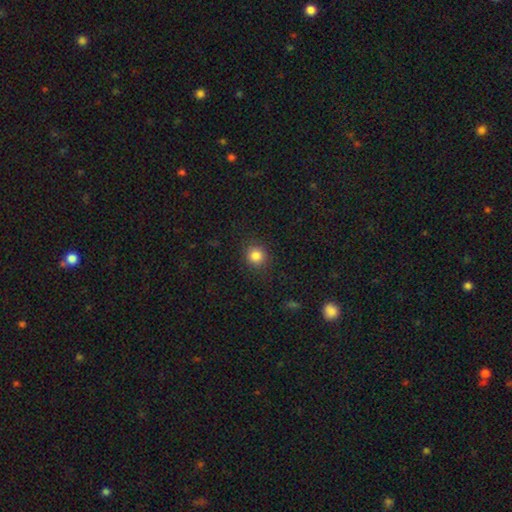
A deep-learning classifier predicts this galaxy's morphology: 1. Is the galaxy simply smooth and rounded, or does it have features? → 84% smooth, 12% star or artifact, 5% featured or disk.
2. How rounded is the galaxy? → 90% round, 9% in between, 1% cigar-shaped.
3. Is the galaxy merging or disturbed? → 90% none, 7% minor disturbance, 3% major disturbance, 1% merger.